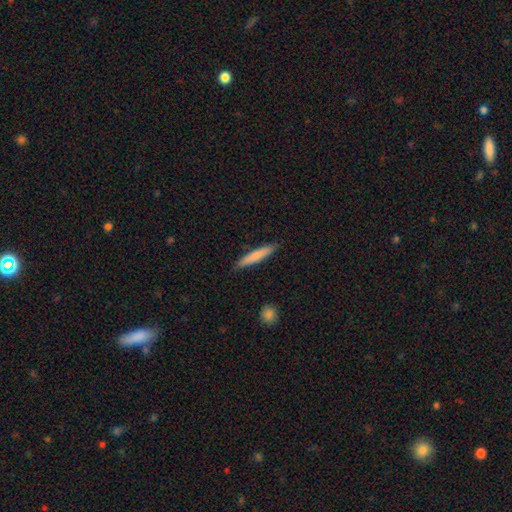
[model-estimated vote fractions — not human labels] Smooth or featured? Predicted: smooth (p=0.76). How rounded? Predicted: cigar-shaped (p=0.93). Merging? Predicted: none (p=0.89).